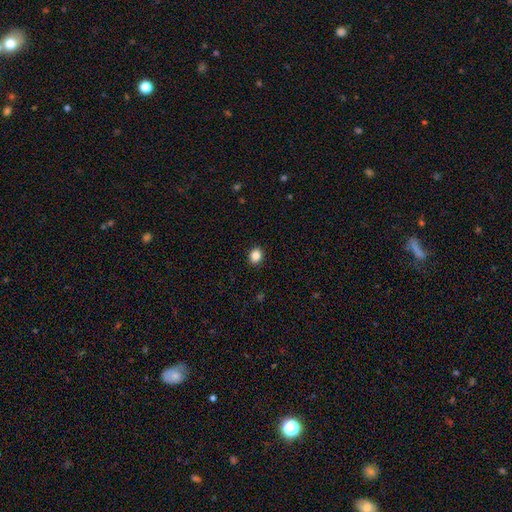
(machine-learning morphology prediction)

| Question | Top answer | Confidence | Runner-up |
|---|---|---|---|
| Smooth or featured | smooth | 86% | star or artifact (10%) |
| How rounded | round | 57% | in between (43%) |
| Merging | none | 91% | minor disturbance (6%) |